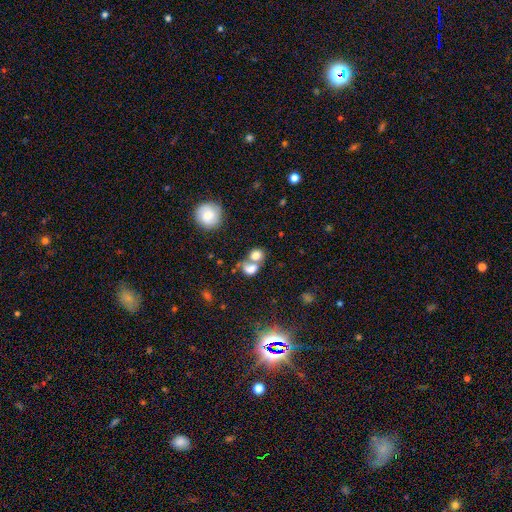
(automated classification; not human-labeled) smooth 77%, featured or disk 13%, star or artifact 10%. Down the decision tree: how rounded — round (57%); merging — merger (59%).